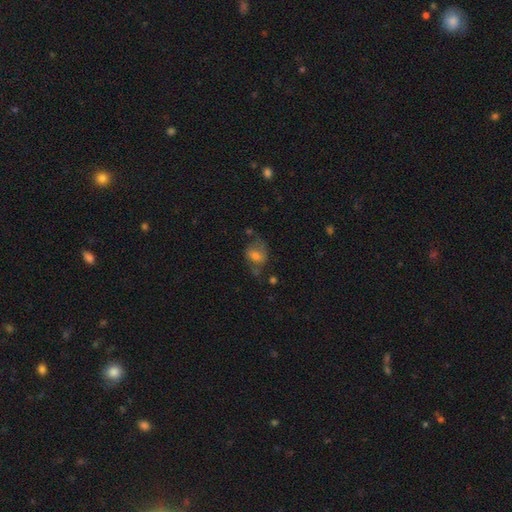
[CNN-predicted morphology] Q: Smooth or featured?
A: smooth (52%); runner-up: featured or disk (38%)
Q: How rounded?
A: in between (60%); runner-up: round (38%)
Q: Merging?
A: none (41%); runner-up: minor disturbance (27%)